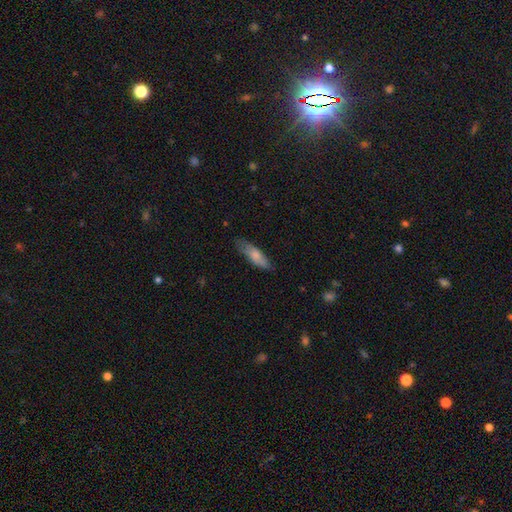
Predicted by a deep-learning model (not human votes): Smooth or featured?
  - smooth: 76% *
  - featured or disk: 18%
  - star or artifact: 6%
How rounded?
  - cigar-shaped: 54% *
  - in between: 44%
  - round: 2%
Merging?
  - none: 71% *
  - minor disturbance: 23%
  - major disturbance: 4%
  - merger: 1%